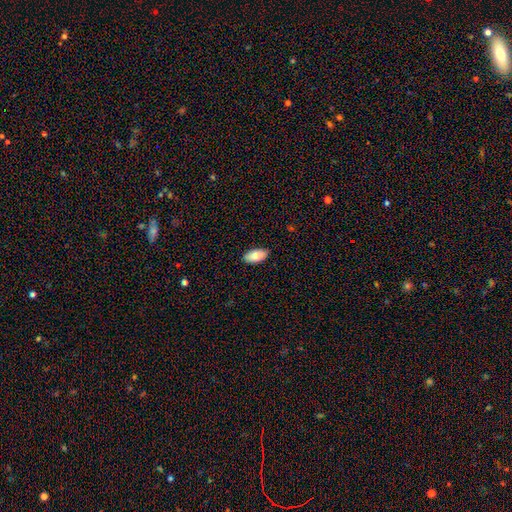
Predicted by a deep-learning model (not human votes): smooth 80%, featured or disk 14%, star or artifact 6%. Down the decision tree: how rounded — in between (94%); merging — none (89%).